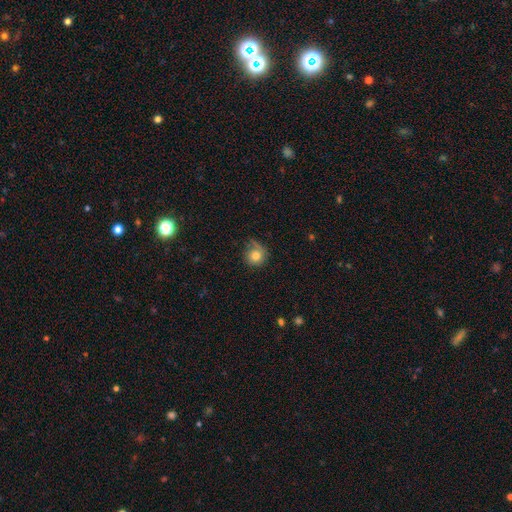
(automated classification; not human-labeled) This is likely a smooth galaxy (77%). How rounded: clearly round (89%). Merging: possibly none (60%).